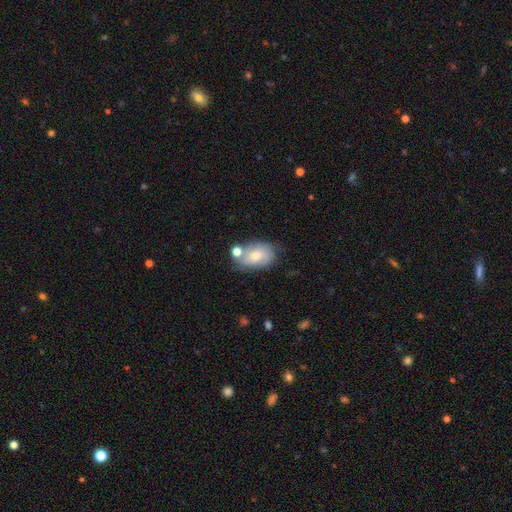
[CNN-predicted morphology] Smooth or featured? smooth (66%)
How rounded? in between (83%)
Merging? none (52%)